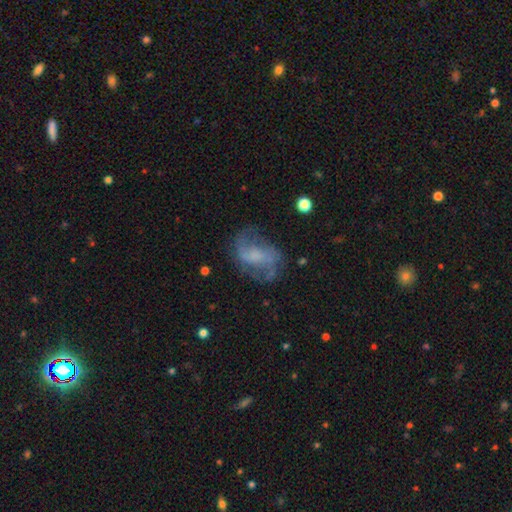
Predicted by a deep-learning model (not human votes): Q: Smooth or featured?
A: featured or disk (70%); runner-up: smooth (20%)
Q: Edge-on disk?
A: no (97%); runner-up: yes (3%)
Q: Bar?
A: no (45%); runner-up: weak (41%)
Q: Spiral arms?
A: yes (84%); runner-up: no (16%)
Q: Spiral winding?
A: loose (50%); runner-up: medium (38%)
Q: Spiral arm count?
A: 2 (77%); runner-up: can't tell (12%)
Q: Bulge size?
A: none (47%); runner-up: small (23%)
Q: Merging?
A: none (60%); runner-up: minor disturbance (20%)